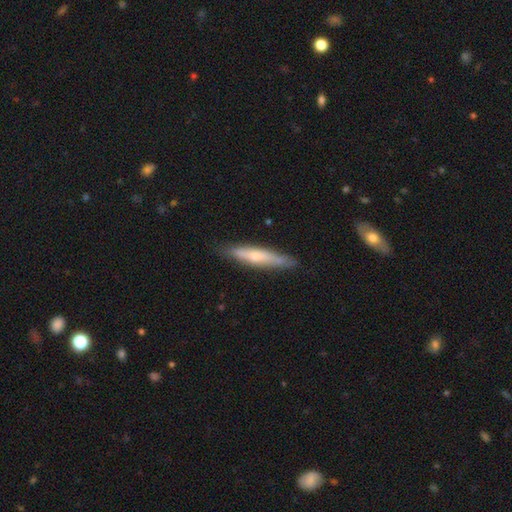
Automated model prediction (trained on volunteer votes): Overall: smooth (53%; featured or disk 41%). How rounded: cigar-shaped (91%). Merging: none (83%).